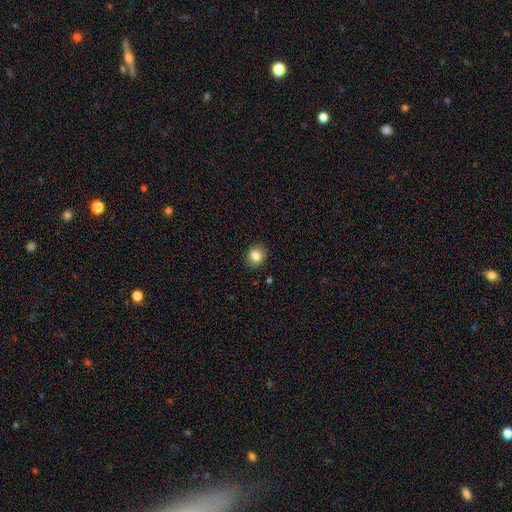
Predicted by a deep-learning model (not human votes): This is clearly a smooth galaxy (83%). How rounded: likely round (69%). Merging: clearly none (88%).